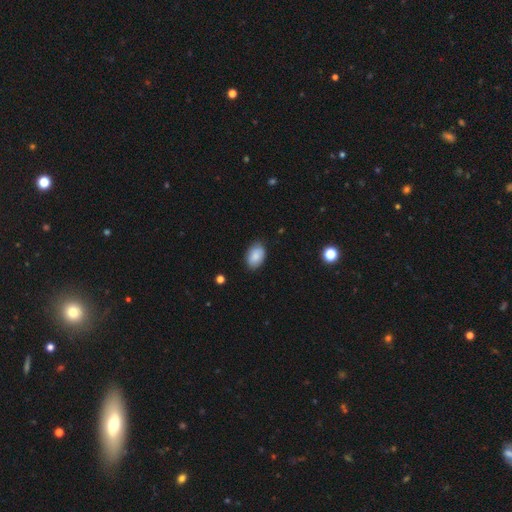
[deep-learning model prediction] Q: Smooth or featured?
A: smooth (87%); runner-up: star or artifact (7%)
Q: How rounded?
A: in between (89%); runner-up: round (10%)
Q: Merging?
A: none (83%); runner-up: minor disturbance (14%)